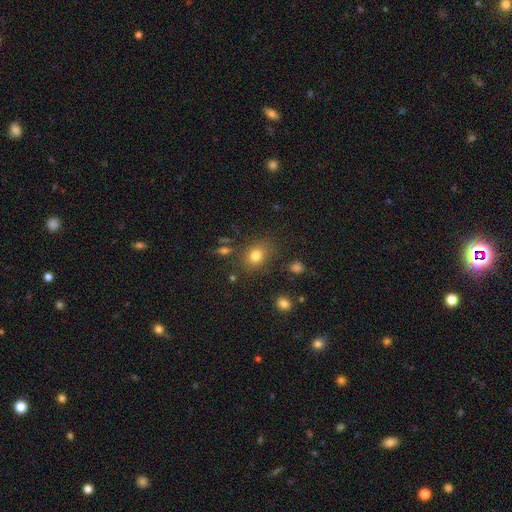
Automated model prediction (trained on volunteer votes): smooth-or-featured: smooth: 80% | star or artifact: 13% | featured or disk: 8%
  how-rounded: round: 54% | in between: 45% | cigar-shaped: 1%
  merging: none: 77% | minor disturbance: 14% | major disturbance: 5% | merger: 4%